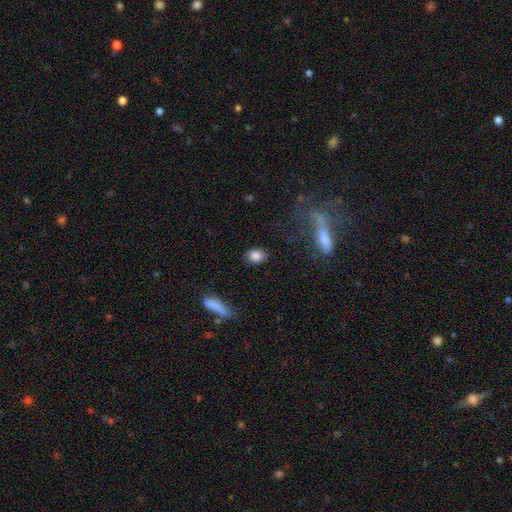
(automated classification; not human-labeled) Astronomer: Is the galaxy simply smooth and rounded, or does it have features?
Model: smooth — 85%.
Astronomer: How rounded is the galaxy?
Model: in between — 62%.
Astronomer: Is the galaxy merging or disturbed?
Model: none — 84%.